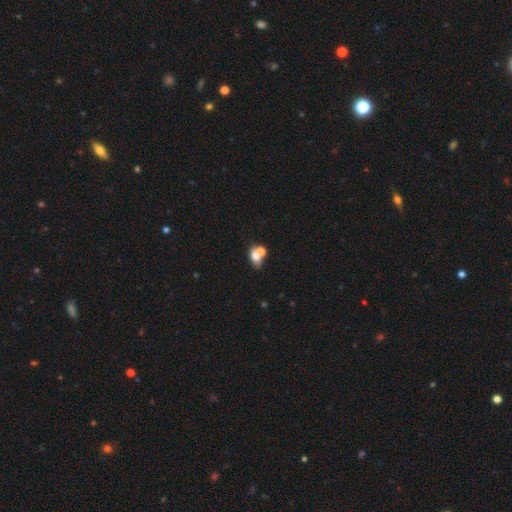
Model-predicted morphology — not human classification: A smooth galaxy with no disk features (68%) that is in between round and cigar-shaped (69%).

Vote fractions:
- Smooth or featured? smooth: 68% / featured or disk: 20% / star or artifact: 12%
- How rounded? in between: 69% / round: 29% / cigar-shaped: 2%
- Merging? merger: 53% / none: 32% / minor disturbance: 9% / major disturbance: 5%